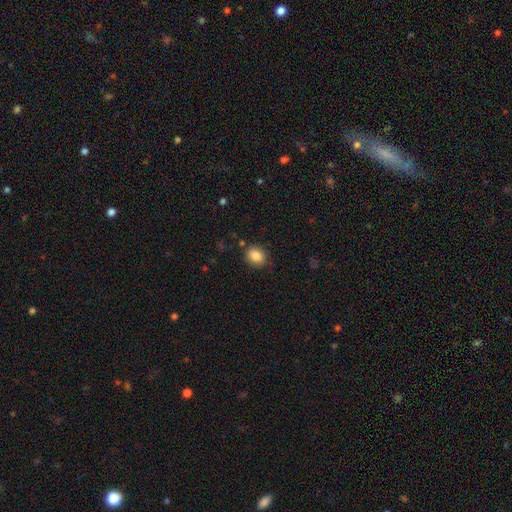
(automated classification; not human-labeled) Overall: smooth (85%). How rounded: in between (52%; round 47%). Merging: none (84%).